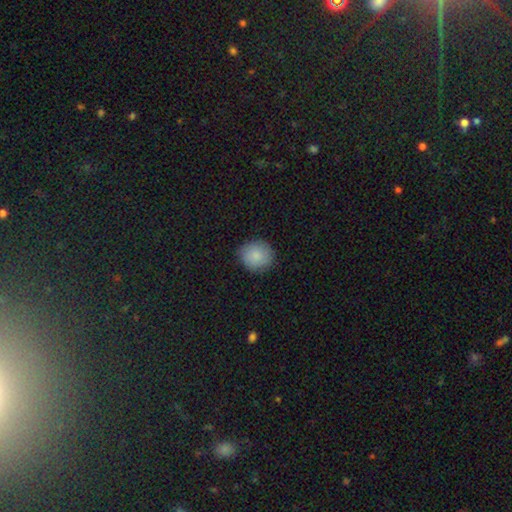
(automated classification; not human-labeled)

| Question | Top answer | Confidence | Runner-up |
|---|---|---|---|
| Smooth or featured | smooth | 86% | featured or disk (7%) |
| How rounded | round | 87% | in between (12%) |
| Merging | none | 85% | minor disturbance (12%) |